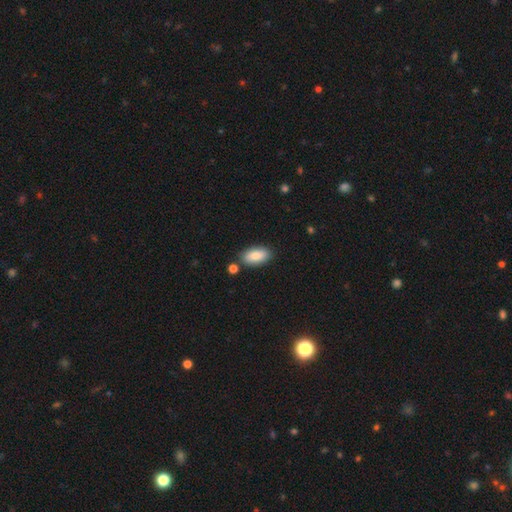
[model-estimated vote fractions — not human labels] smooth 85%, featured or disk 8%, star or artifact 6%. Down the decision tree: how rounded — in between (91%); merging — none (81%).